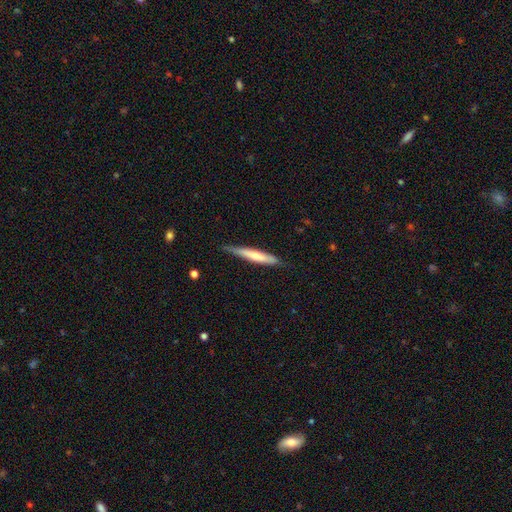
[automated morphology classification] smooth 57%, featured or disk 38%, star or artifact 5%. Down the decision tree: how rounded — cigar-shaped (92%); merging — none (75%).